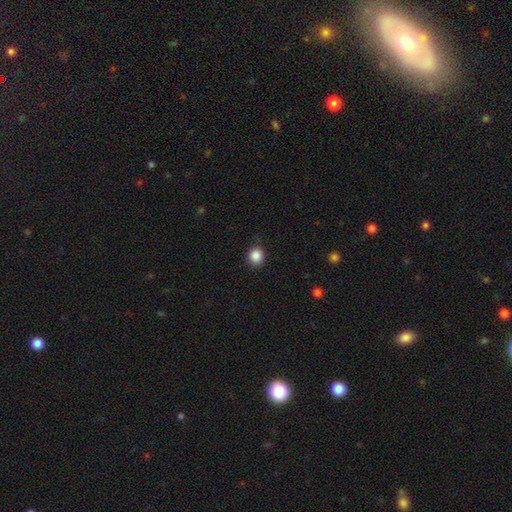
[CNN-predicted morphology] smooth-or-featured: smooth: 87% | star or artifact: 10% | featured or disk: 3%
  how-rounded: round: 88% | in between: 12% | cigar-shaped: 1%
  merging: none: 88% | minor disturbance: 9% | major disturbance: 2% | merger: 1%